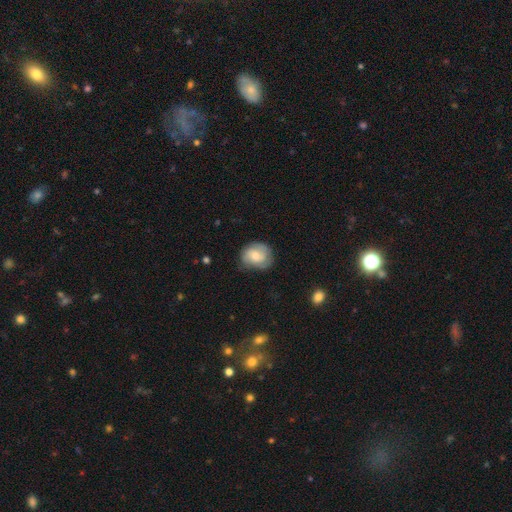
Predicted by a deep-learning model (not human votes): Q: Smooth or featured?
A: smooth (47%); runner-up: featured or disk (46%)
Q: Merging?
A: none (66%); runner-up: minor disturbance (25%)